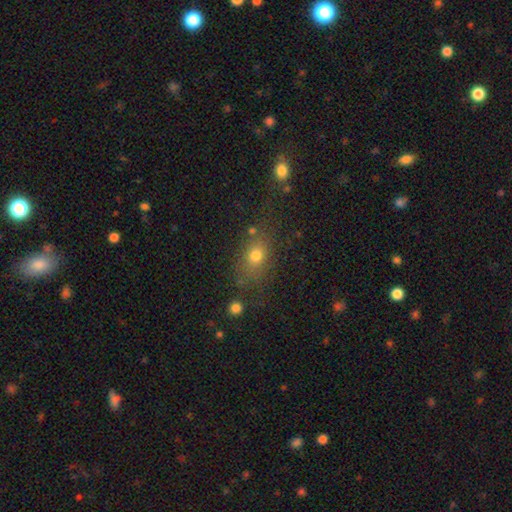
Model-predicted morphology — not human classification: A smooth galaxy with no disk features (73%) that is in between round and cigar-shaped (62%).

Vote fractions:
- Smooth or featured? smooth: 73% / star or artifact: 15% / featured or disk: 12%
- How rounded? in between: 62% / round: 33% / cigar-shaped: 5%
- Merging? none: 68% / minor disturbance: 17% / major disturbance: 9% / merger: 6%